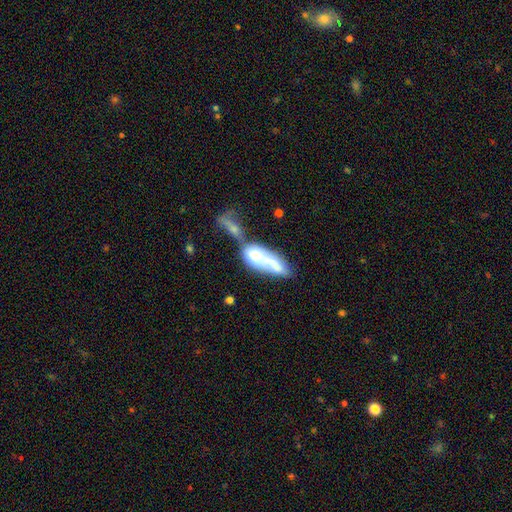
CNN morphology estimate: Q: Smooth or featured?
A: smooth (60%); runner-up: featured or disk (32%)
Q: How rounded?
A: in between (70%); runner-up: cigar-shaped (24%)
Q: Merging?
A: merger (65%); runner-up: major disturbance (14%)